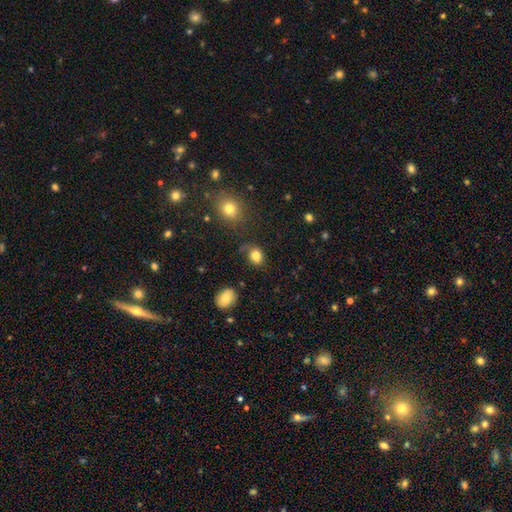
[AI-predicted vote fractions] Smooth or featured?
  - smooth: 82% *
  - star or artifact: 11%
  - featured or disk: 6%
How rounded?
  - round: 54% *
  - in between: 45%
  - cigar-shaped: 1%
Merging?
  - none: 71% *
  - minor disturbance: 18%
  - major disturbance: 6%
  - merger: 4%